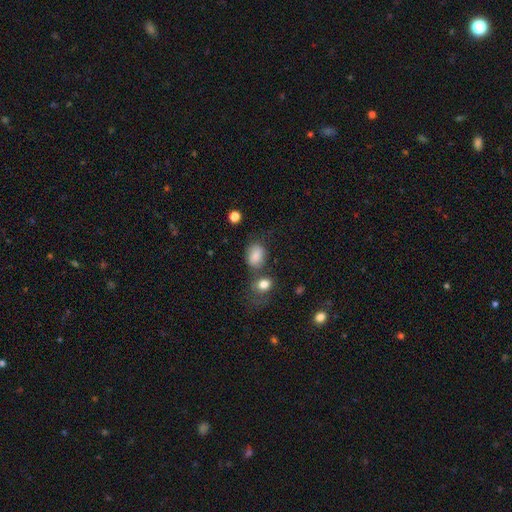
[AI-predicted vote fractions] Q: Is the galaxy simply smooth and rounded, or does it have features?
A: smooth — 84%.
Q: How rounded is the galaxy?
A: in between — 73%.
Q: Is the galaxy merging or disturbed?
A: none — 54%.